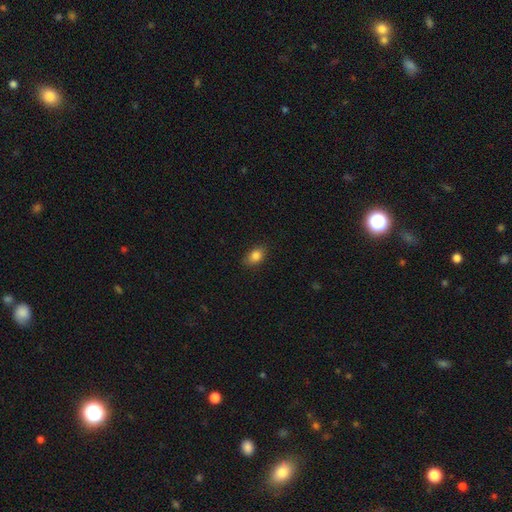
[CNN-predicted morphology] This is clearly a smooth galaxy (85%). How rounded: likely in between (78%). Merging: clearly none (82%).